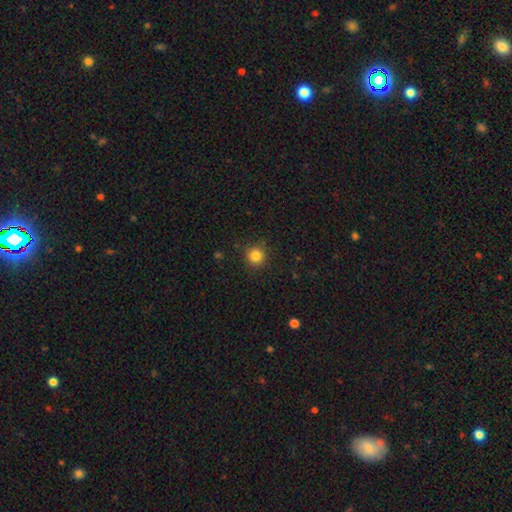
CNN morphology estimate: Q: Smooth or featured?
A: smooth (83%); runner-up: star or artifact (12%)
Q: How rounded?
A: round (94%); runner-up: in between (5%)
Q: Merging?
A: none (90%); runner-up: minor disturbance (7%)